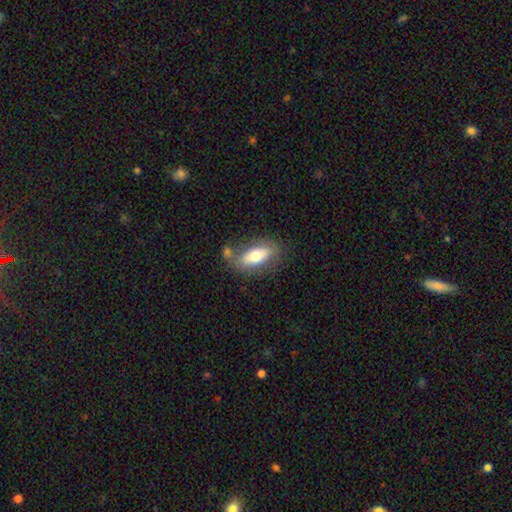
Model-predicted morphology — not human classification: Smooth or featured: smooth — 67% (featured or disk — 27%)
How rounded: in between — 83% (cigar-shaped — 14%)
Merging: none — 63% (minor disturbance — 18%)